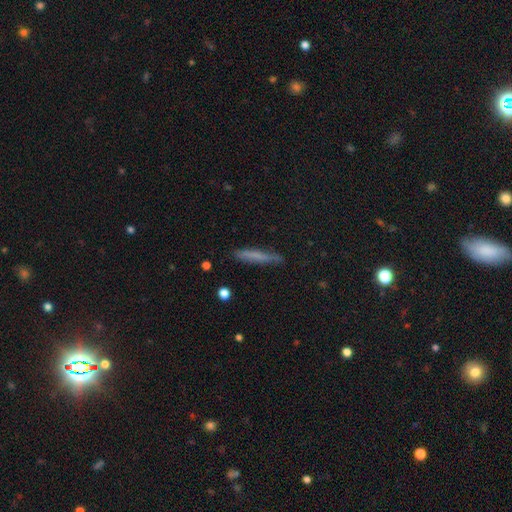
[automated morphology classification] Smooth or featured: smooth — 66% (featured or disk — 26%)
How rounded: cigar-shaped — 93% (in between — 5%)
Merging: none — 83% (minor disturbance — 13%)